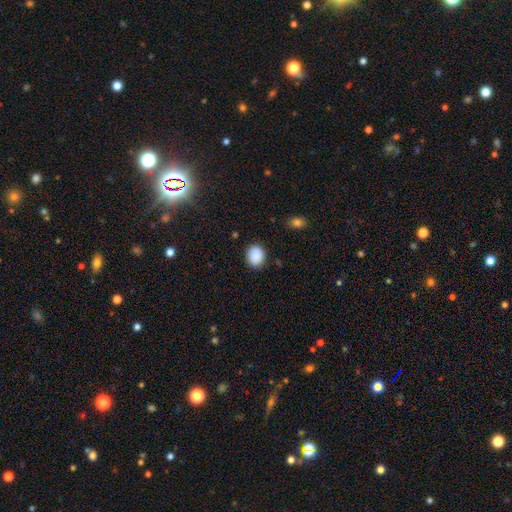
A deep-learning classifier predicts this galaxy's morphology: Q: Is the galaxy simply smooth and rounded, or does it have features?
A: smooth — 89%.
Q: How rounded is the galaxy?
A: round — 61%.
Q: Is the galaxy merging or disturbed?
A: none — 86%.